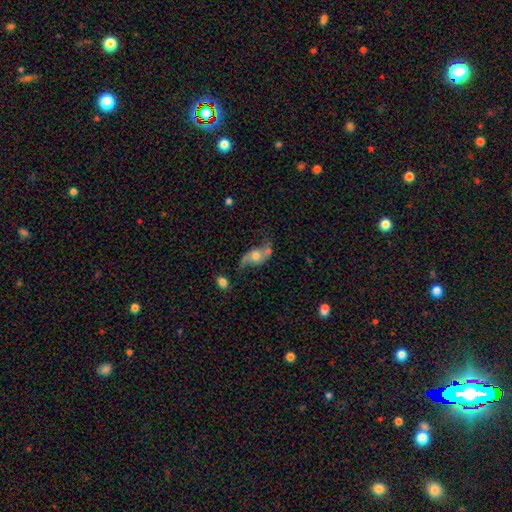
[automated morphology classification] Overall: featured or disk (75%). Edge-on disk: no (94%). Bar: no (70%). Spiral arms: yes (90%). Spiral arm count: 2 (92%). Spiral winding: loose (83%). Bulge size: moderate (64%). Merging: none (53%; minor disturbance 22%).